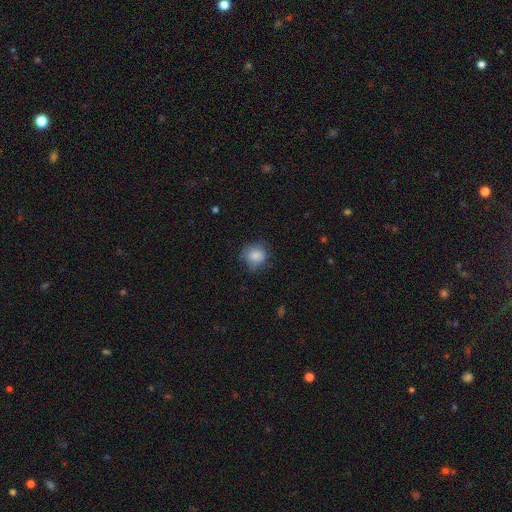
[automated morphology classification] This is clearly a smooth galaxy (85%). How rounded: likely round (79%). Merging: likely none (69%).